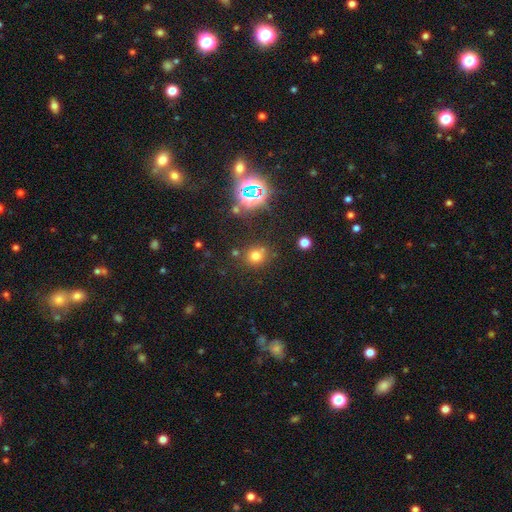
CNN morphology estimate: smooth 66%, star or artifact 26%, featured or disk 8%. Down the decision tree: how rounded — round (86%); merging — none (76%).